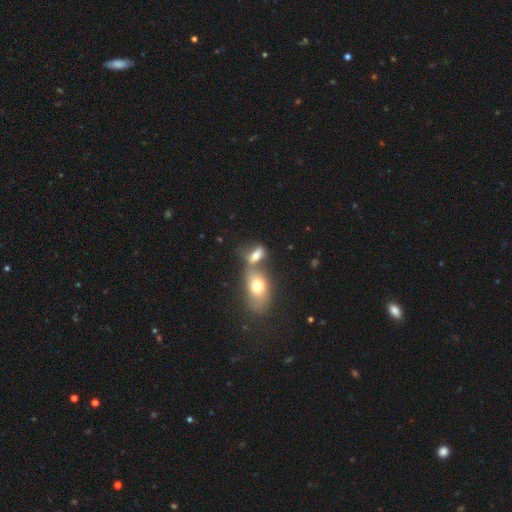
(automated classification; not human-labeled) Smooth or featured? Predicted: smooth (p=0.70). How rounded? Predicted: in between (p=0.83). Merging? Predicted: merger (p=0.54).